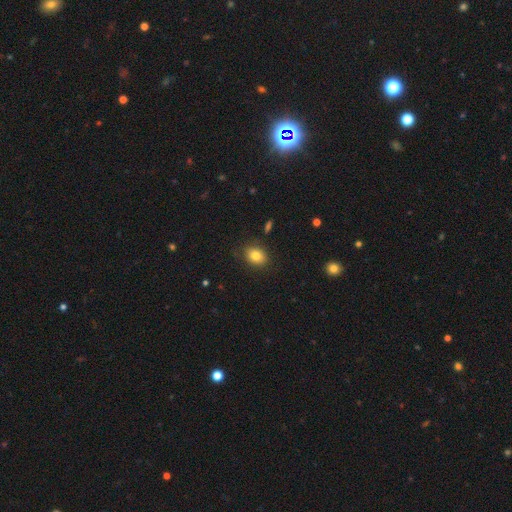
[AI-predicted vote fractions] Smooth or featured? Predicted: smooth (p=0.81). How rounded? Predicted: in between (p=0.55). Merging? Predicted: none (p=0.84).